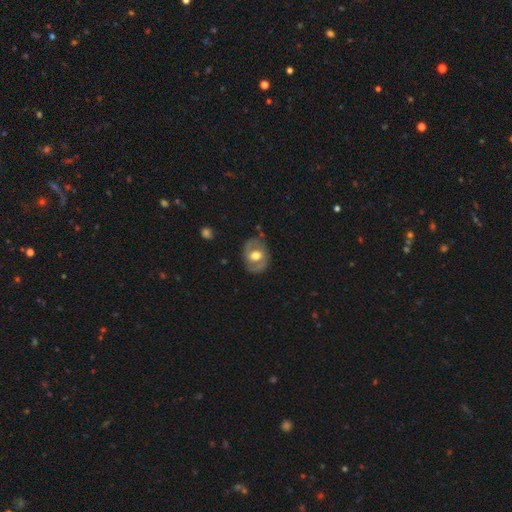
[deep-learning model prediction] smooth_or_featured: featured or disk (p=0.62) [alt: smooth p=0.32]
disk_edge_on: no (p=0.96) [alt: yes p=0.04]
bar: no (p=0.51) [alt: weak p=0.36]
has_spiral_arms: yes (p=0.59) [alt: no p=0.41]
bulge_size: moderate (p=0.62) [alt: large p=0.29]
merging: none (p=0.76) [alt: minor disturbance p=0.17]